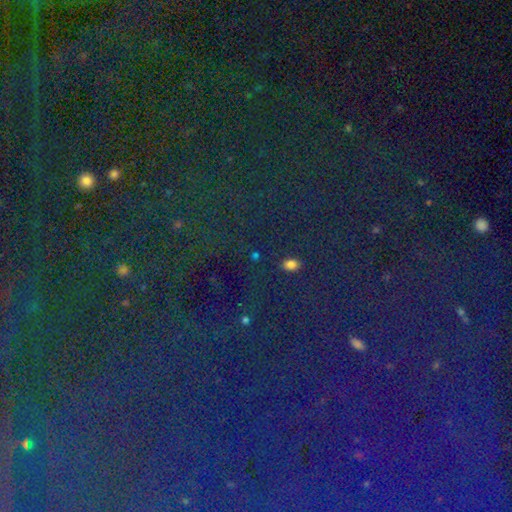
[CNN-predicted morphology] A smooth galaxy with no disk features (47%, tied with star or artifact).

Vote fractions:
- Smooth or featured? smooth: 47% (tied) / star or artifact: 47% (tied) / featured or disk: 6%
- Merging? none: 83% / minor disturbance: 10% / major disturbance: 4% / merger: 3%